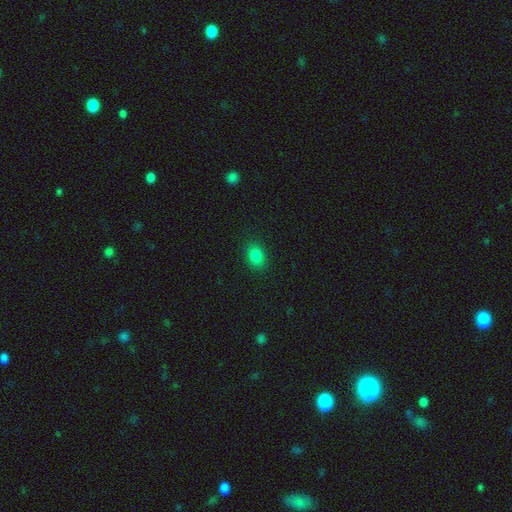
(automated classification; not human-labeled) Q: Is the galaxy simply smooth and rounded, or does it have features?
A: smooth — 83%.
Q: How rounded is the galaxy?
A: in between — 70%.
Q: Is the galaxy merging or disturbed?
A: none — 88%.